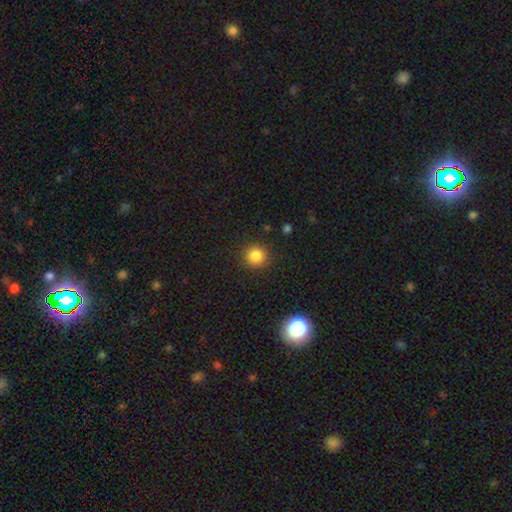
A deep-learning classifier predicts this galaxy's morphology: type=smooth (84%); roundness=round (94%); merging=none (91%).